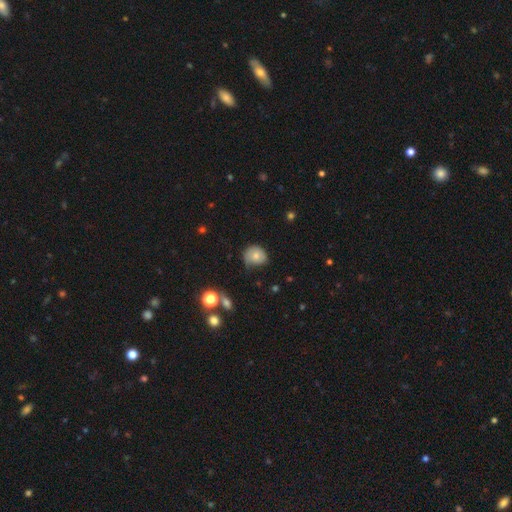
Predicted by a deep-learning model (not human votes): Overall: smooth (70%). How rounded: round (69%; in between 30%). Merging: none (49%; minor disturbance 38%).